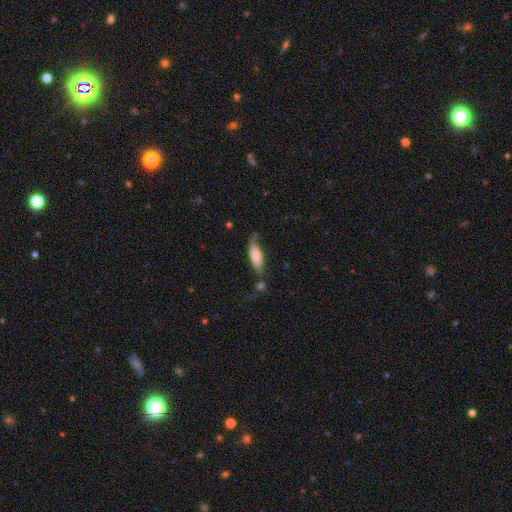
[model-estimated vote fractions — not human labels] A smooth galaxy with no disk features (66%) that is in between round and cigar-shaped (73%).

Vote fractions:
- Smooth or featured? smooth: 66% / featured or disk: 27% / star or artifact: 7%
- How rounded? in between: 73% / cigar-shaped: 25% / round: 2%
- Merging? none: 35% / minor disturbance: 31% / major disturbance: 24% / merger: 10%